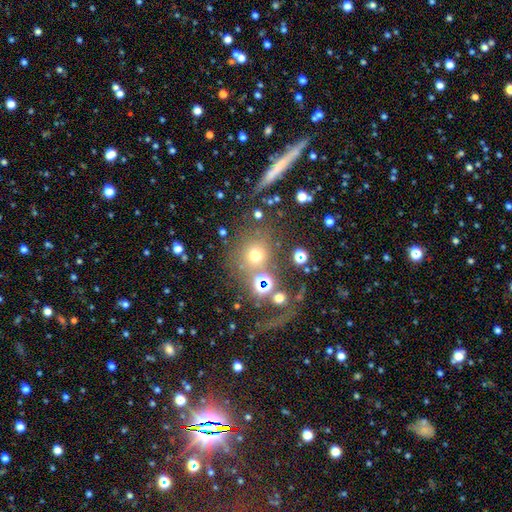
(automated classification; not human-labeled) The model was most divided on "smooth or featured": smooth: 61%, star or artifact: 27%, featured or disk: 12%. More confident: how rounded — round (83%); merging — none (63%).